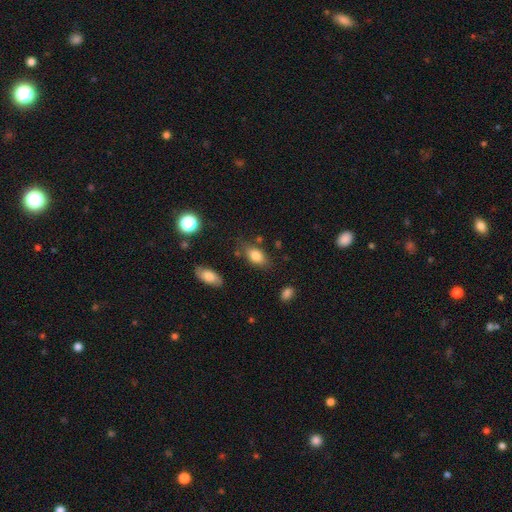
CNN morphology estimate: Smooth or featured?
  - smooth: 81% *
  - featured or disk: 10%
  - star or artifact: 8%
How rounded?
  - in between: 87% *
  - round: 8%
  - cigar-shaped: 5%
Merging?
  - none: 72% *
  - minor disturbance: 19%
  - major disturbance: 5%
  - merger: 5%